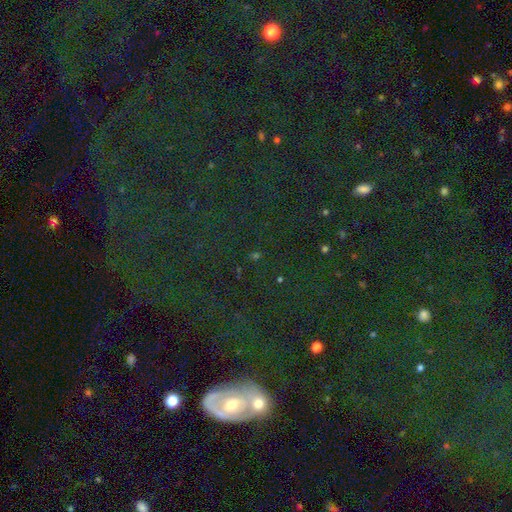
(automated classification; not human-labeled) A star or artifact, not a galaxy (69%).

Vote fractions:
- Smooth or featured? star or artifact: 69% / smooth: 23% / featured or disk: 8%